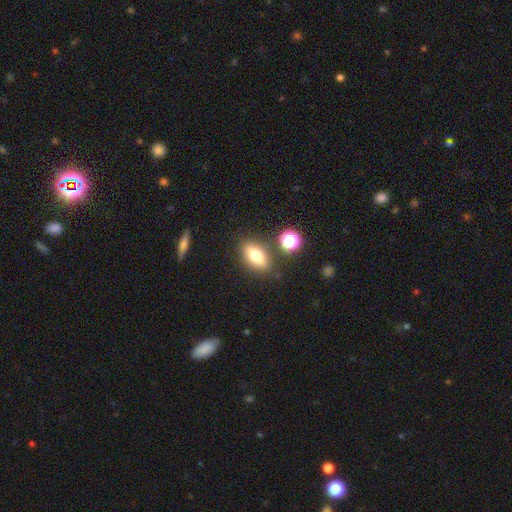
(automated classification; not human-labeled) Smooth or featured? Predicted: smooth (p=0.69). How rounded? Predicted: in between (p=0.77). Merging? Predicted: none (p=0.81).